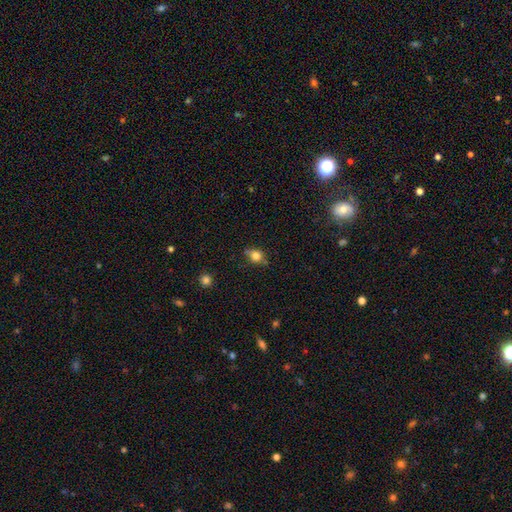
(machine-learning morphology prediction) The model was most divided on "how rounded": round: 68%, in between: 30%, cigar-shaped: 2%. More confident: smooth or featured — smooth (79%); merging — none (67%).